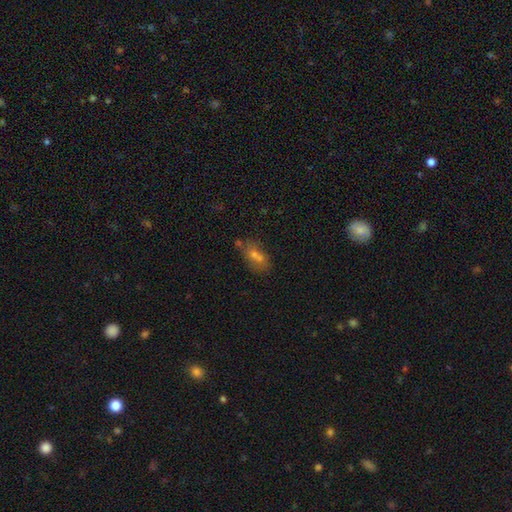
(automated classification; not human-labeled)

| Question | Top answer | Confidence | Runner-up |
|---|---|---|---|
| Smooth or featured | smooth | 61% | featured or disk (25%) |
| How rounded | in between | 78% | round (16%) |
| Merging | merger | 39% | tied: none (39%) |